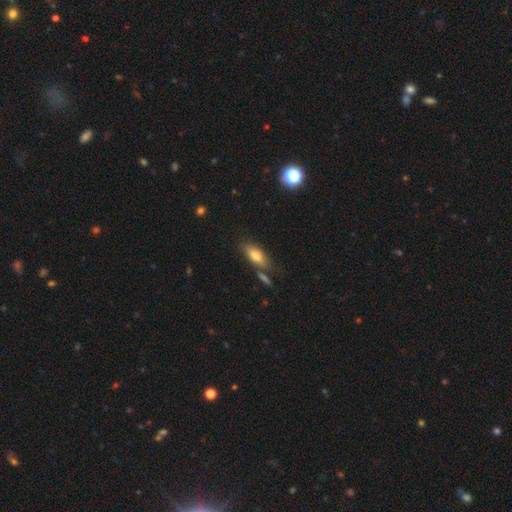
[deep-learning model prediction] This is likely a smooth galaxy (73%). How rounded: likely in between (77%). Merging: likely none (69%).